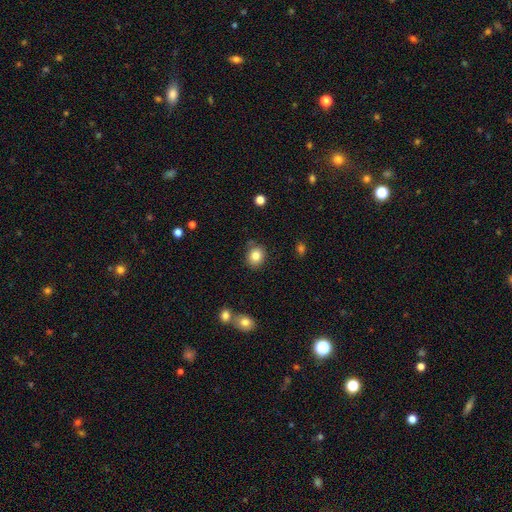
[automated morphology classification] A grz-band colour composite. It shows a smooth galaxy with no disk features (83%) that is round (67%). Merging: none (80%).